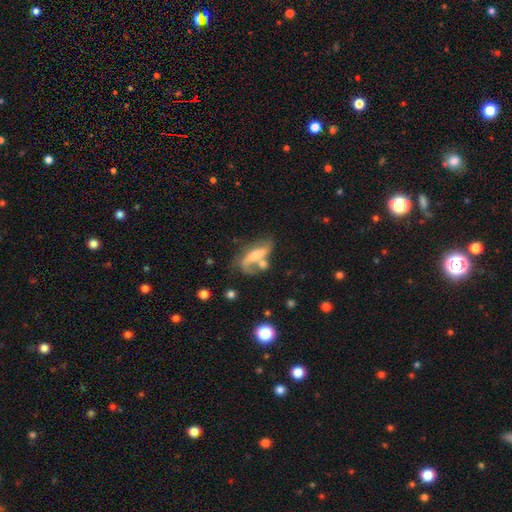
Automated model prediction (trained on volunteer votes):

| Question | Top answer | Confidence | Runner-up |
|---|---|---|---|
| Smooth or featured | featured or disk | 55% | smooth (36%) |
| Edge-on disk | no | 72% | yes (28%) |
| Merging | none | 33% | merger (30%) |